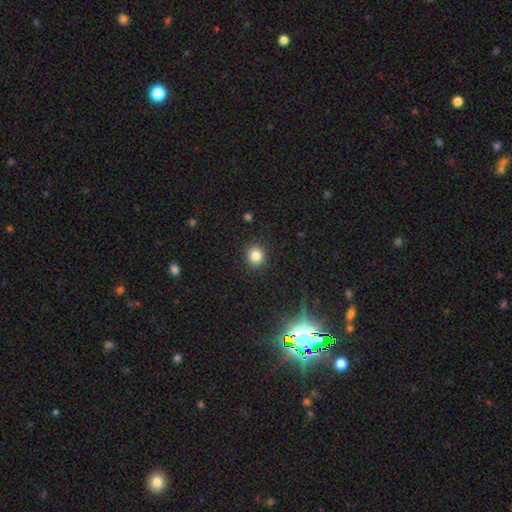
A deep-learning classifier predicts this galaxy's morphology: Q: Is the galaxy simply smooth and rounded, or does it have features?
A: smooth — 83%.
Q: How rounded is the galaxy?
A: round — 81%.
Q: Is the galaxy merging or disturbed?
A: none — 90%.